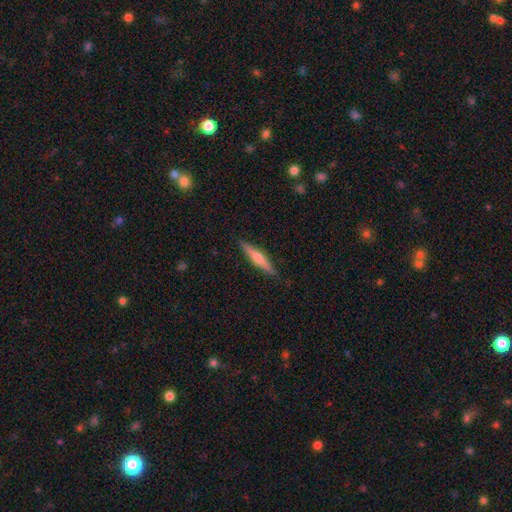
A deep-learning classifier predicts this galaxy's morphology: The model was most divided on "smooth or featured": featured or disk: 61%, smooth: 32%, star or artifact: 7%. More confident: edge-on disk — yes (97%); merging — none (89%); edge-on bulge — rounded (84%).